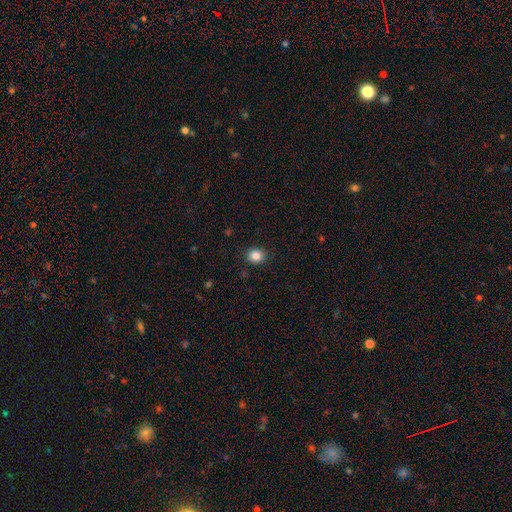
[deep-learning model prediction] Morphology: type=smooth (85%); roundness=round (77%); merging=none (89%).